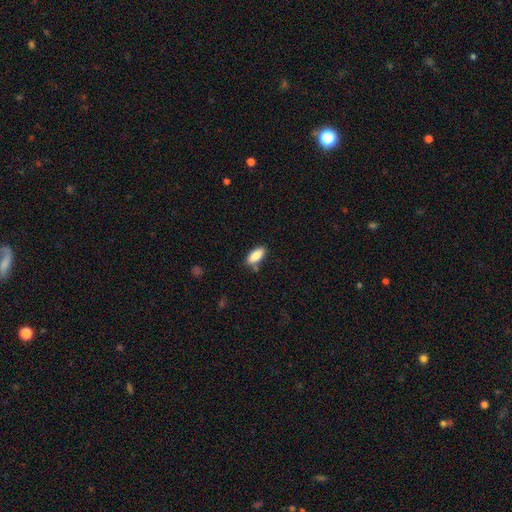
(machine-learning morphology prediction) smooth_or_featured: smooth (p=0.85) [alt: featured or disk p=0.08]
how_rounded: in between (p=0.84) [alt: cigar-shaped p=0.14]
merging: none (p=0.79) [alt: minor disturbance p=0.14]